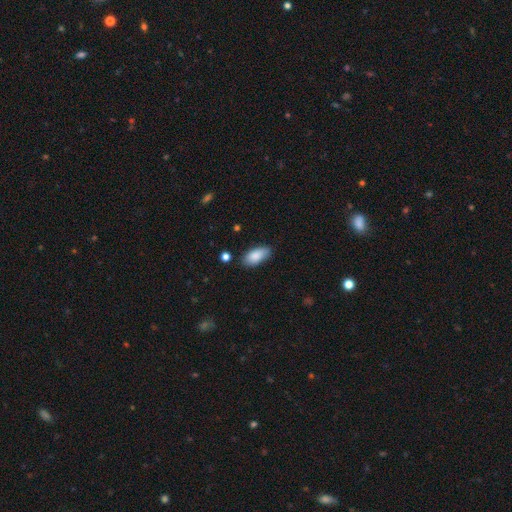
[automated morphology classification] smooth-or-featured: smooth: 87% | star or artifact: 7% | featured or disk: 6%
  how-rounded: in between: 91% | cigar-shaped: 7% | round: 2%
  merging: none: 81% | minor disturbance: 14% | major disturbance: 3% | merger: 2%